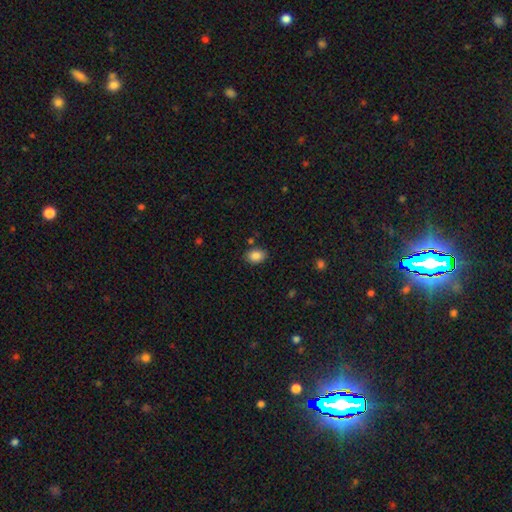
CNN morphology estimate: This is clearly a smooth galaxy (86%). How rounded: likely in between (75%). Merging: clearly none (82%).